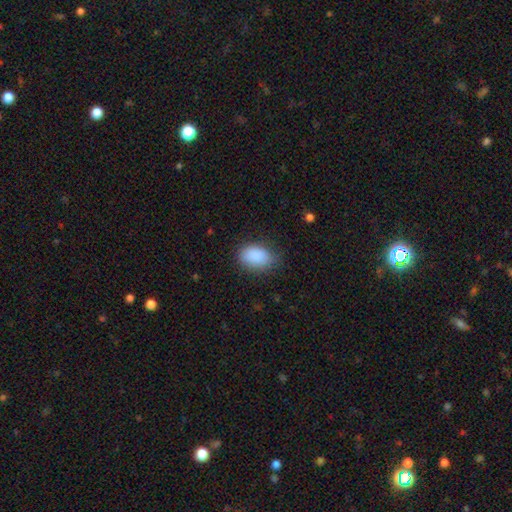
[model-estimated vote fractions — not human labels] A smooth galaxy with no disk features (88%) that is in between round and cigar-shaped (87%). Merging: none (74%).